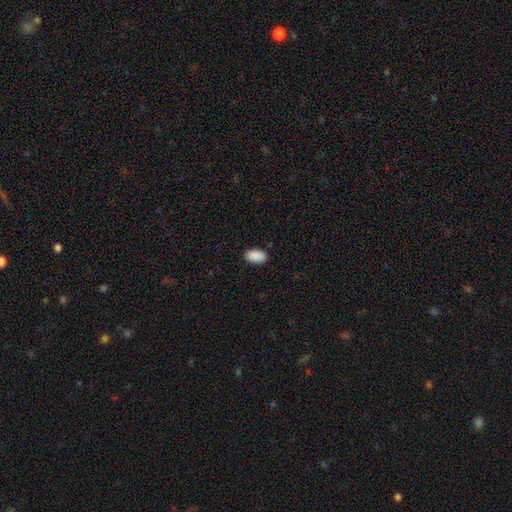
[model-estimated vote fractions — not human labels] Morphology: type=smooth (90%); roundness=in between (94%); merging=none (87%).